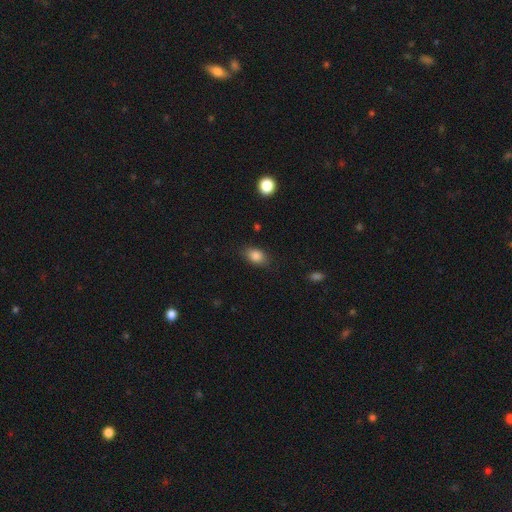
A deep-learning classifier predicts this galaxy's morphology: type=smooth (86%); roundness=in between (82%); merging=none (82%).